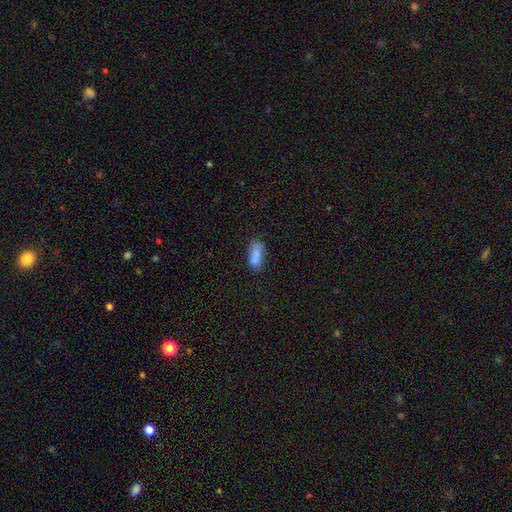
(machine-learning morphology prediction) smooth_or_featured: smooth (p=0.85) [alt: star or artifact p=0.08]
how_rounded: in between (p=0.80) [alt: cigar-shaped p=0.18]
merging: none (p=0.70) [alt: minor disturbance p=0.21]